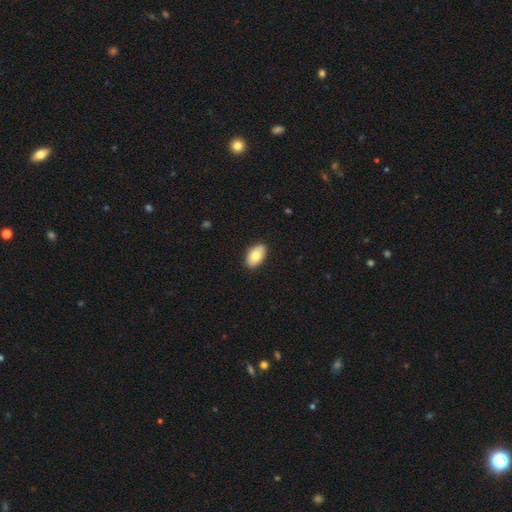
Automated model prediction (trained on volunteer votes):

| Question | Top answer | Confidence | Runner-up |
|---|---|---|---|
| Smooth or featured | smooth | 78% | featured or disk (16%) |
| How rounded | in between | 94% | round (5%) |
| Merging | none | 89% | minor disturbance (9%) |